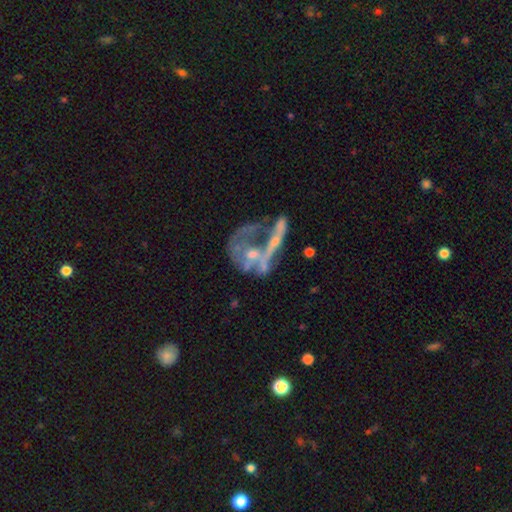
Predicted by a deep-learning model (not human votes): This is likely a featured or disk galaxy (66%). It is clearly not viewed edge-on (92%). Bar: clearly no (82%). Spiral arm pattern: likely no (78%). Central bulge: marginally small (34%). Merging: marginally merger (43%).